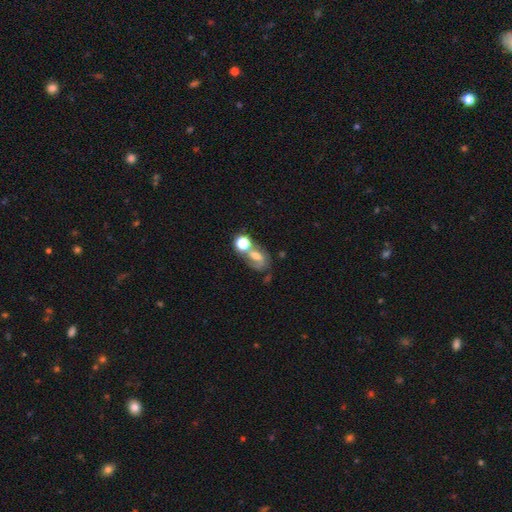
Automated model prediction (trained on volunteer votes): This is possibly a featured or disk galaxy (48%). Merging: marginally merger (36%).